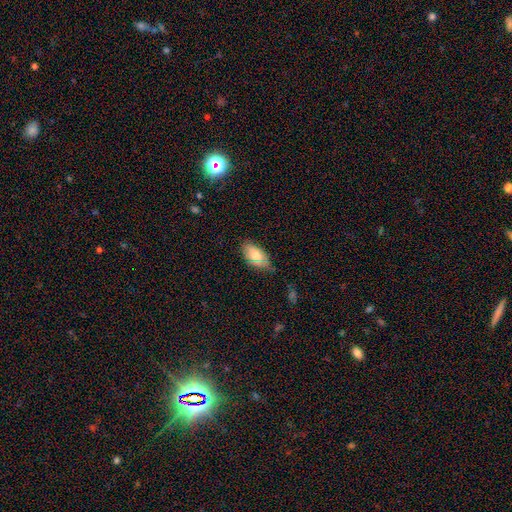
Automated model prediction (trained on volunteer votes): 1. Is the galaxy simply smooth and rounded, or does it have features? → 75% smooth, 14% featured or disk, 10% star or artifact.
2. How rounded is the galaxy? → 92% in between, 4% cigar-shaped, 4% round.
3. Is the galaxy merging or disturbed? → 67% none, 26% minor disturbance, 5% major disturbance, 2% merger.